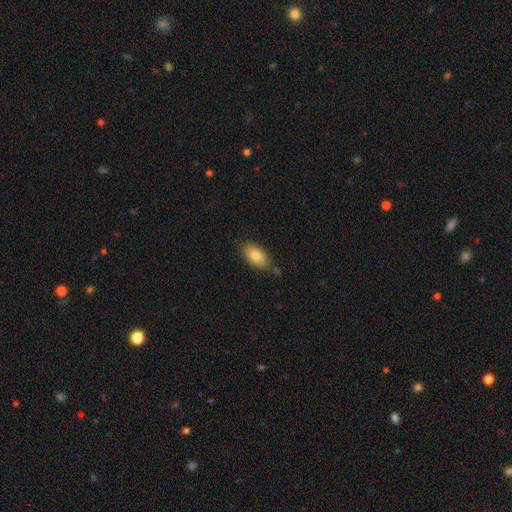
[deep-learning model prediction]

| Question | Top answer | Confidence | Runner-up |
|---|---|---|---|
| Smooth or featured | smooth | 80% | featured or disk (12%) |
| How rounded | in between | 90% | cigar-shaped (5%) |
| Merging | none | 78% | minor disturbance (16%) |